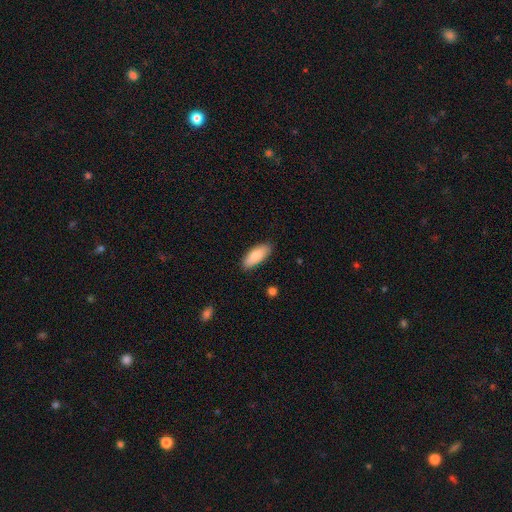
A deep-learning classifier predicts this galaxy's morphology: Overall: smooth (87%). How rounded: in between (79%). Merging: none (86%).